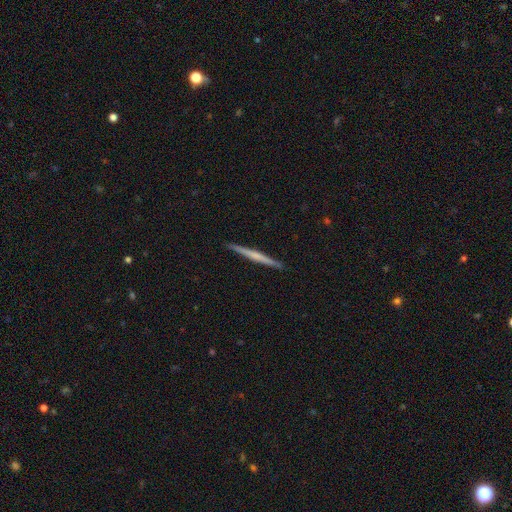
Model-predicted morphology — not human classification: featured or disk 57%, smooth 37%, star or artifact 5%. Down the decision tree: edge-on disk — yes (98%); edge-on bulge — none (62%); merging — none (92%).